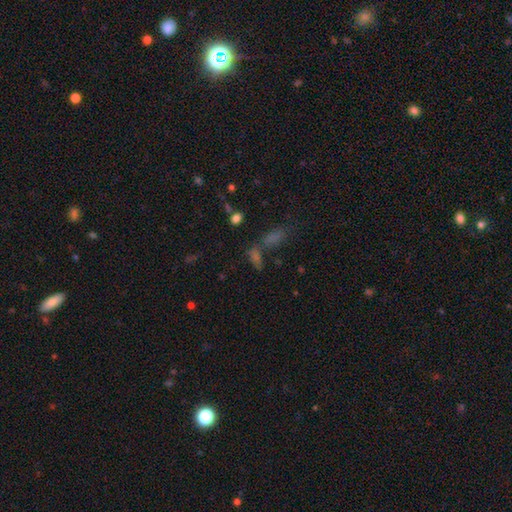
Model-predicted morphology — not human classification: Smooth or featured: smooth — 53% (star or artifact — 32%)
How rounded: in between — 63% (cigar-shaped — 26%)
Merging: none — 48% (merger — 33%)